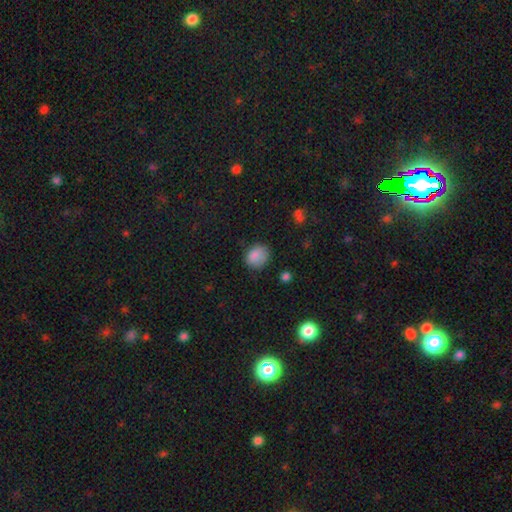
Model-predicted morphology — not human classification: Smooth or featured? smooth (84%)
How rounded? round (56%)
Merging? none (70%)